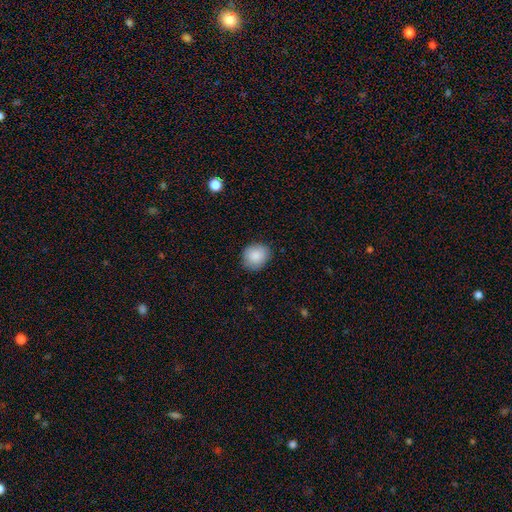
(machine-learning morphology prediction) smooth-or-featured: smooth: 87% | star or artifact: 7% | featured or disk: 6%
  how-rounded: round: 71% | in between: 28% | cigar-shaped: 1%
  merging: none: 83% | minor disturbance: 13% | major disturbance: 3% | merger: 1%